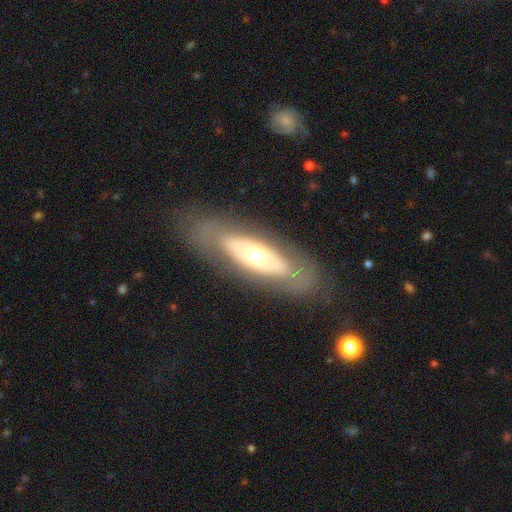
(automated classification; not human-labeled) A featured or disk galaxy (60%).

Vote fractions:
- Smooth or featured? featured or disk: 60% / smooth: 34% / star or artifact: 6%
- Edge-on disk? no: 77% / yes: 23%
- Merging? none: 80% / minor disturbance: 12% / major disturbance: 7% / merger: 2%